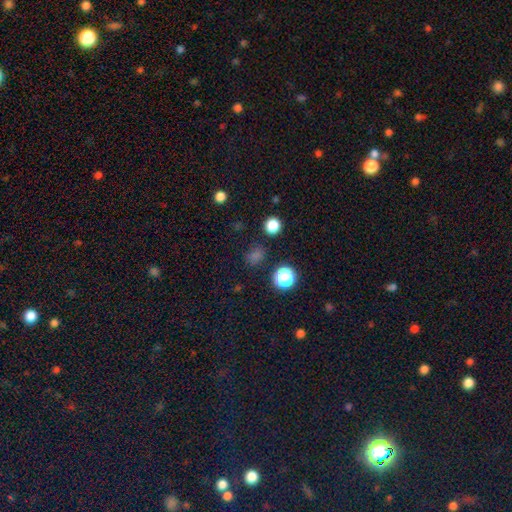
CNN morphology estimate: This is likely a smooth galaxy (63%). How rounded: likely round (66%). Merging: clearly none (81%).